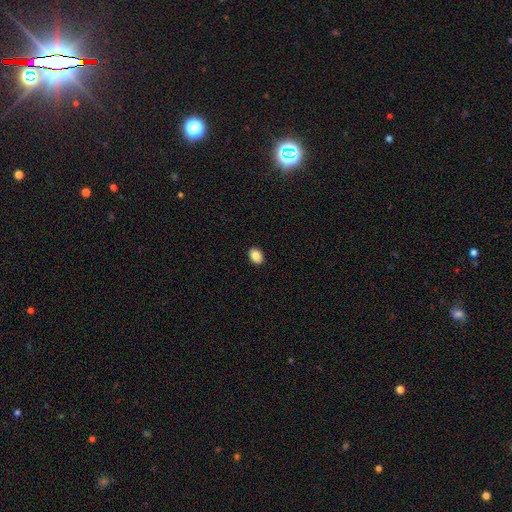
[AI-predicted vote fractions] smooth_or_featured: smooth (p=0.87) [alt: star or artifact p=0.08]
how_rounded: in between (p=0.77) [alt: round p=0.22]
merging: none (p=0.91) [alt: minor disturbance p=0.07]